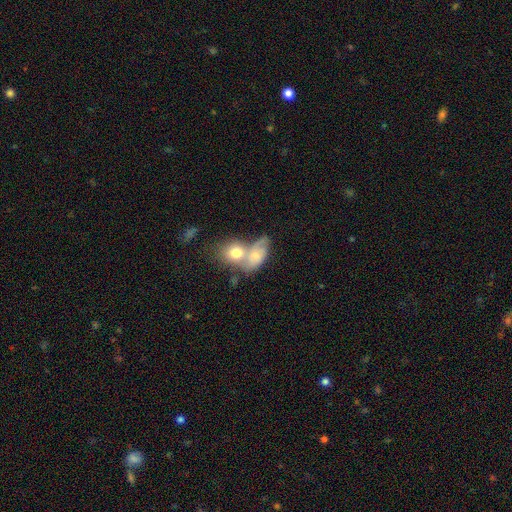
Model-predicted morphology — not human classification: smooth 61%, featured or disk 31%, star or artifact 8%. Down the decision tree: how rounded — in between (74%); merging — merger (64%).